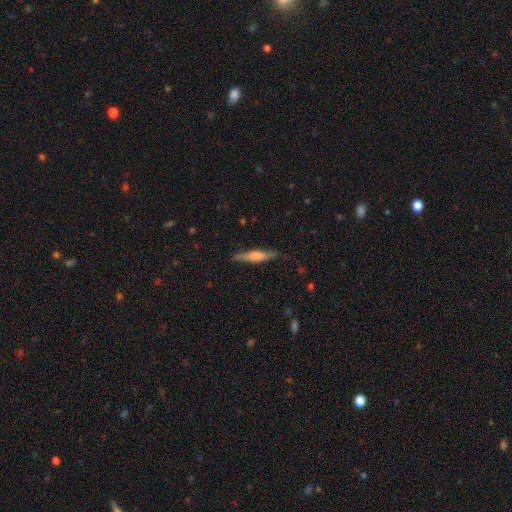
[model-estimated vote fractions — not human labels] This is possibly a featured or disk galaxy (52%). It is clearly viewed edge-on (95%). Merging: clearly none (87%).